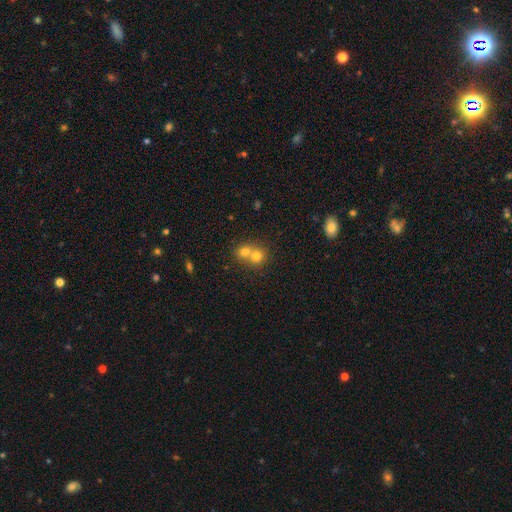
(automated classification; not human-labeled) Smooth or featured? smooth (73%)
How rounded? round (79%)
Merging? merger (63%)